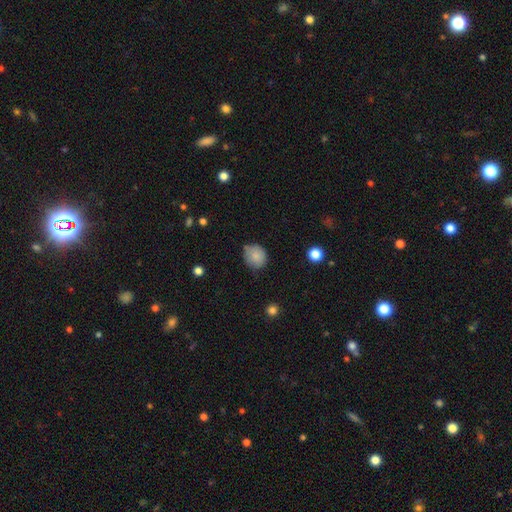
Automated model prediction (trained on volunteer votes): A smooth galaxy with no disk features (83%) that is round (73%). Merging: none (64%).